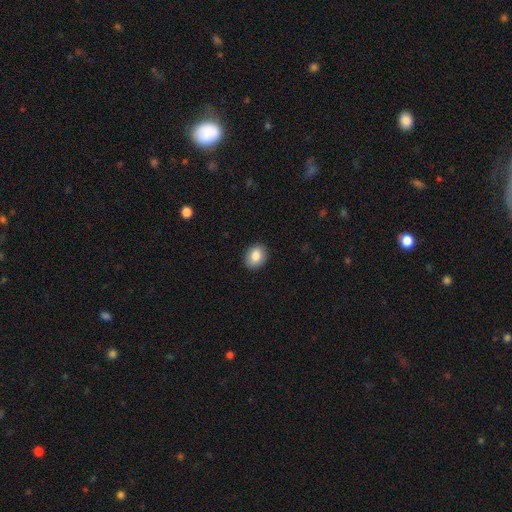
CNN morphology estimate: This appears to be a smooth galaxy with no disk features (85%) that is in between round and cigar-shaped (57%). Merging: none (89%).